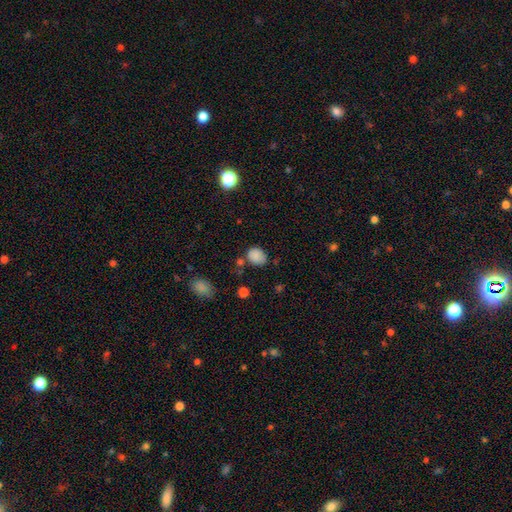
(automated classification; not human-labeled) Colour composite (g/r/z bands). It shows a smooth galaxy with no disk features (85%) that is in between round and cigar-shaped (54%). Merging: none (63%).